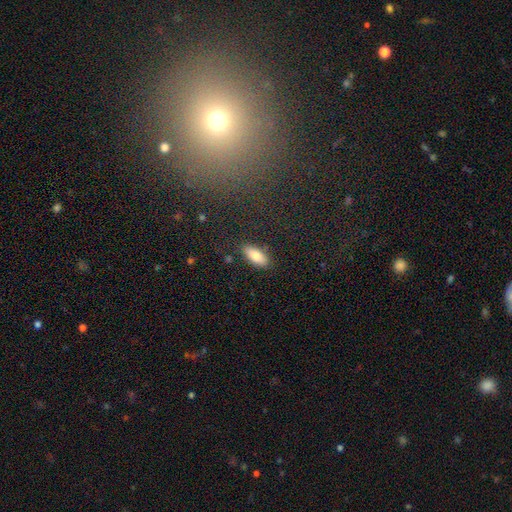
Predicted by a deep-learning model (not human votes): A smooth galaxy with no disk features (82%) that is in between round and cigar-shaped (84%).

Vote fractions:
- Smooth or featured? smooth: 82% / featured or disk: 11% / star or artifact: 7%
- How rounded? in between: 84% / cigar-shaped: 14% / round: 2%
- Merging? none: 85% / minor disturbance: 10% / major disturbance: 3% / merger: 2%